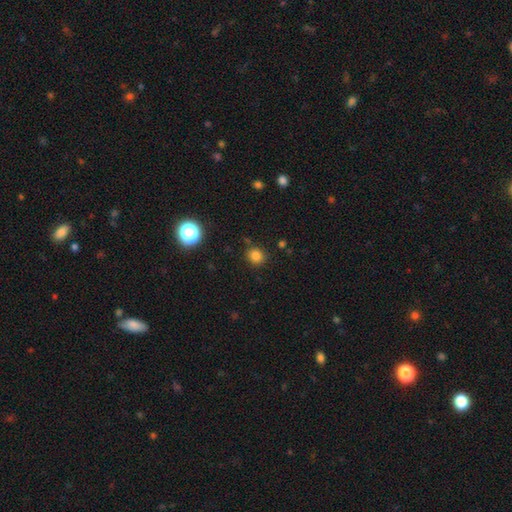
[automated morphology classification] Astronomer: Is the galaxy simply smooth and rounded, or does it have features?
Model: smooth — 81%.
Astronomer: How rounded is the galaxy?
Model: round — 85%.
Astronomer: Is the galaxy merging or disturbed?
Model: none — 84%.